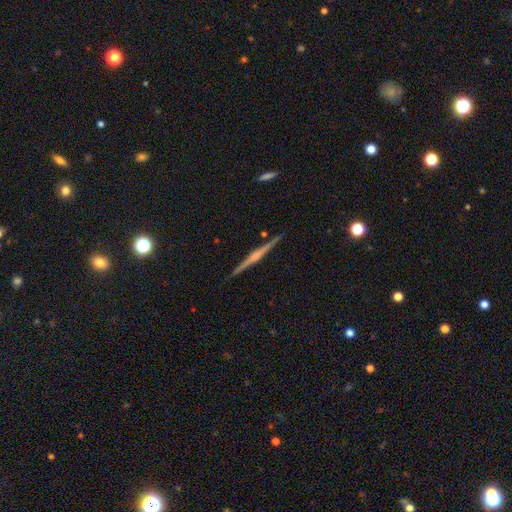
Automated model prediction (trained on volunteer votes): Morphology: type=featured or disk (80%); edge-on=yes (98%); edge-on bulge=rounded (61%); merging=none (92%).